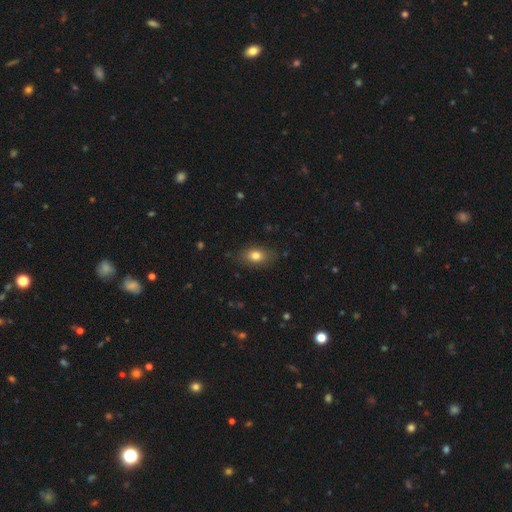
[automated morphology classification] Smooth or featured? Predicted: smooth (p=0.80). How rounded? Predicted: in between (p=0.84). Merging? Predicted: none (p=0.82).